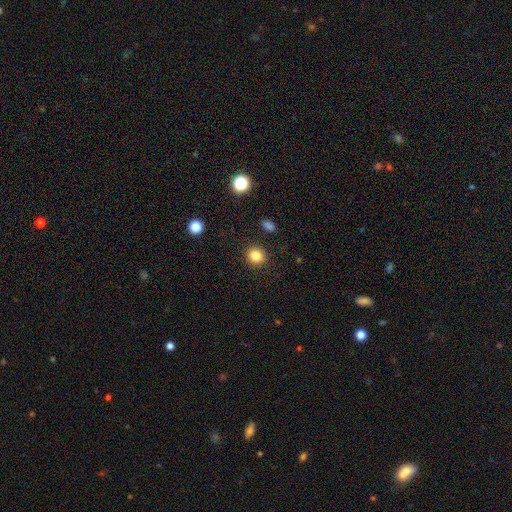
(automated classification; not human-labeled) Morphology: type=smooth (84%); roundness=round (85%); merging=none (90%).